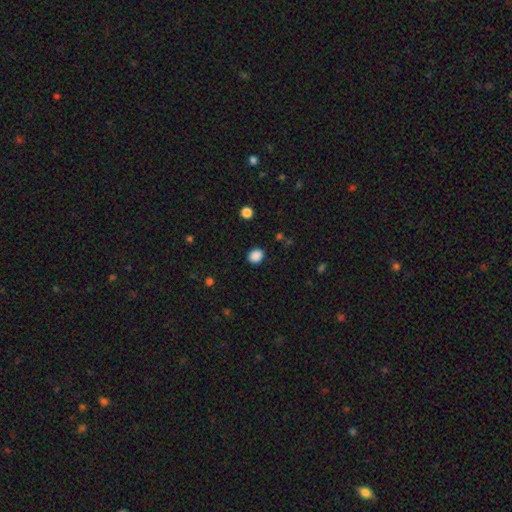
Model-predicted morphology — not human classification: Smooth or featured?
  - smooth: 88% *
  - star or artifact: 10%
  - featured or disk: 3%
How rounded?
  - round: 58% *
  - in between: 41%
  - cigar-shaped: 1%
Merging?
  - none: 88% *
  - minor disturbance: 8%
  - major disturbance: 2%
  - merger: 1%